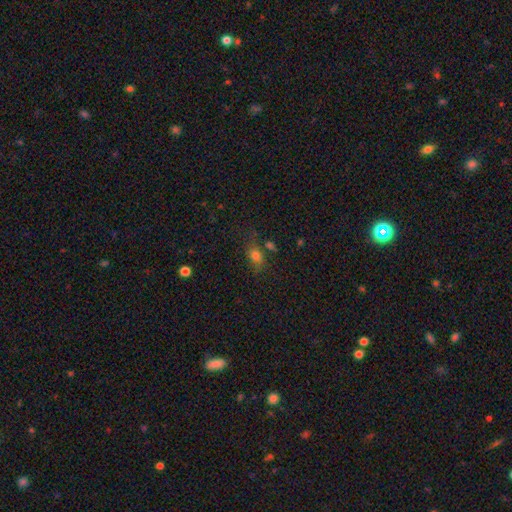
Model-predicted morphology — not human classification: The model was most divided on "merging": none: 60%, minor disturbance: 20%, merger: 11%, major disturbance: 9%. More confident: smooth or featured — smooth (74%); how rounded — in between (70%).